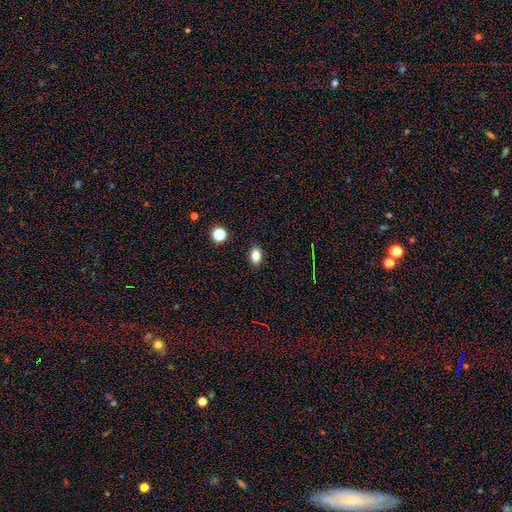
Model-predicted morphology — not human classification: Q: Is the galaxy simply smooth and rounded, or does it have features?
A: smooth — 81%.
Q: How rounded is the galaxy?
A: in between — 82%.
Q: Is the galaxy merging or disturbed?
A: none — 88%.